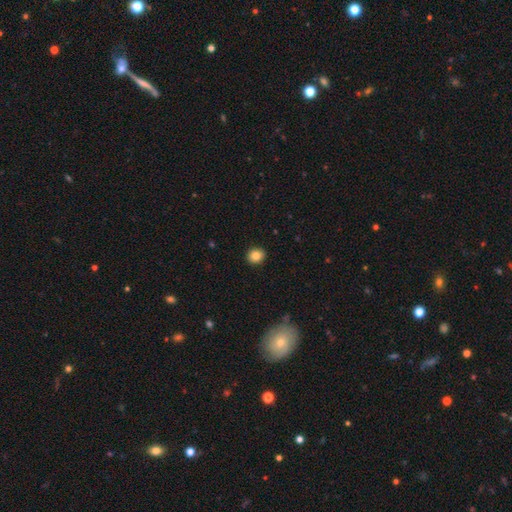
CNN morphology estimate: type=smooth (84%); roundness=round (75%); merging=none (91%).